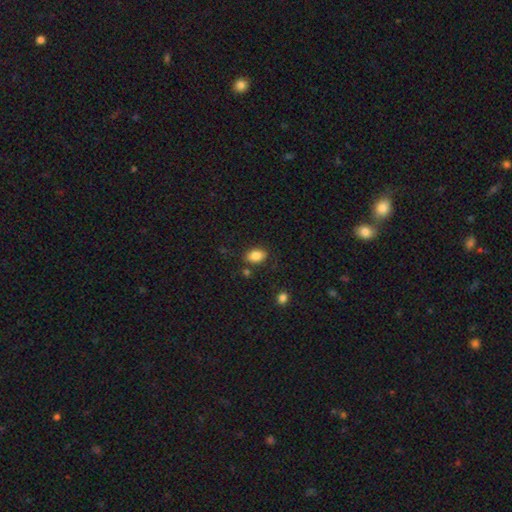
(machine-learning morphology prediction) Smooth or featured? smooth (85%)
How rounded? in between (86%)
Merging? none (80%)